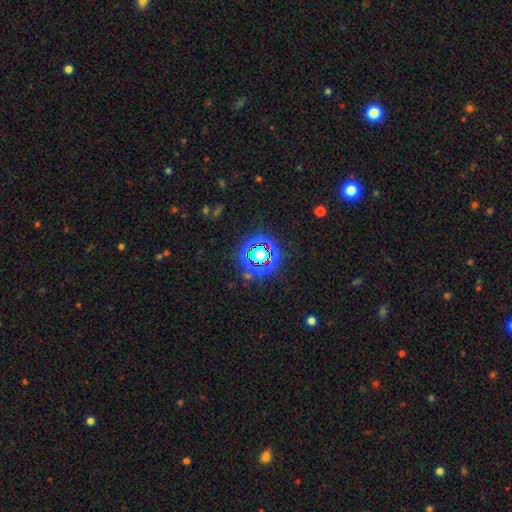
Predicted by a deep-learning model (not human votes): smooth-or-featured: star or artifact: 75% | smooth: 16% | featured or disk: 9%